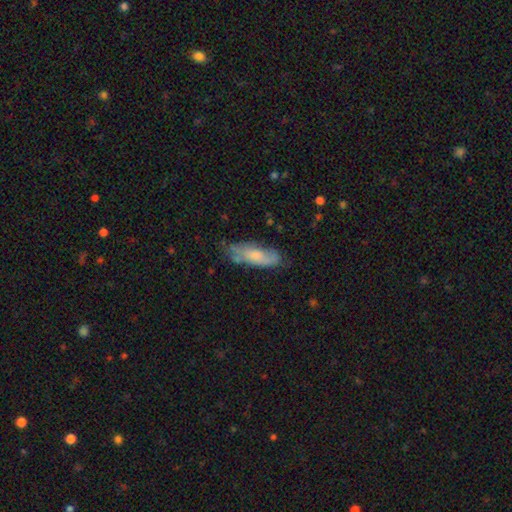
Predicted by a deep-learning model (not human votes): The model was most divided on "smooth or featured": smooth: 57%, featured or disk: 36%, star or artifact: 7%. More confident: how rounded — in between (66%); merging — none (60%).